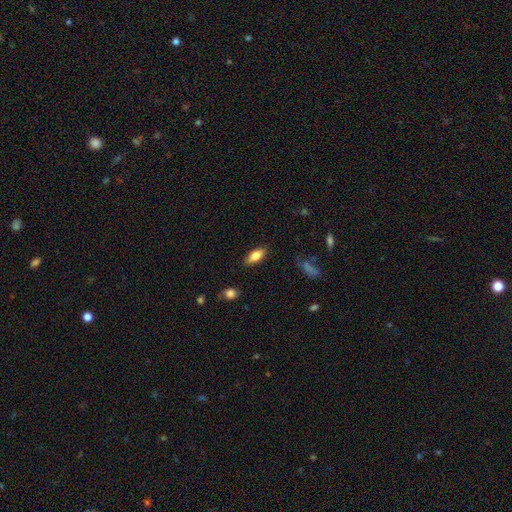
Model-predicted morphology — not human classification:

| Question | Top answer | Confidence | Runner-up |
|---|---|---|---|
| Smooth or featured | smooth | 76% | featured or disk (17%) |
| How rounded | in between | 83% | cigar-shaped (15%) |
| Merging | none | 86% | minor disturbance (10%) |